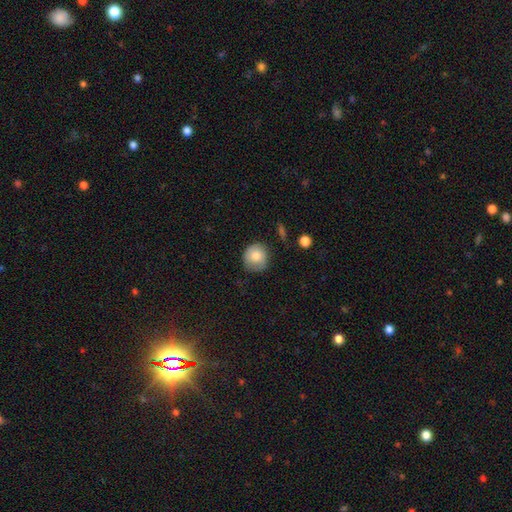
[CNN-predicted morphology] This appears to be a smooth galaxy with no disk features (79%) that is round (87%). Merging: none (73%).